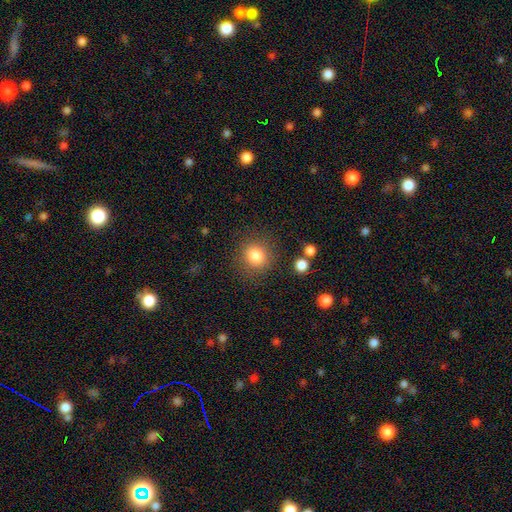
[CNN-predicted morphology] Smooth or featured: smooth — 83% (star or artifact — 10%)
How rounded: round — 86% (in between — 13%)
Merging: none — 83% (minor disturbance — 10%)